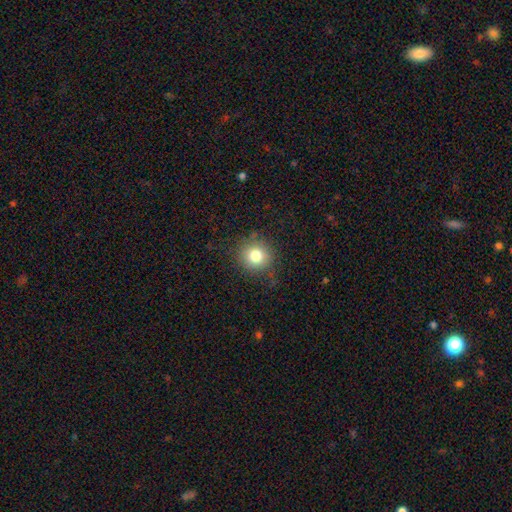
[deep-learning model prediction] Smooth or featured? Predicted: smooth (p=0.79). How rounded? Predicted: round (p=0.92). Merging? Predicted: none (p=0.84).